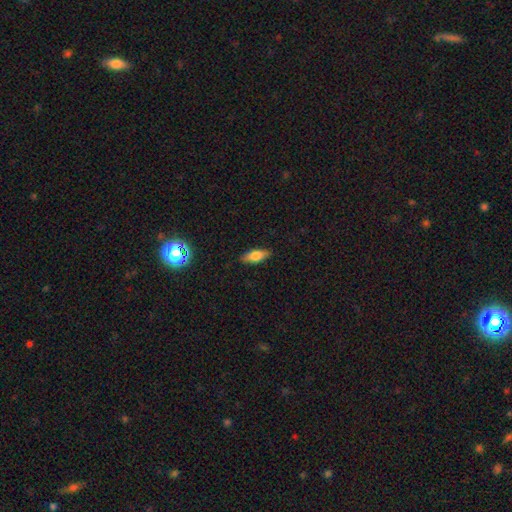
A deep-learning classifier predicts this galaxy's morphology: The model was most divided on "how rounded": in between: 73%, cigar-shaped: 24%, round: 3%. More confident: merging — none (87%); smooth or featured — smooth (73%).